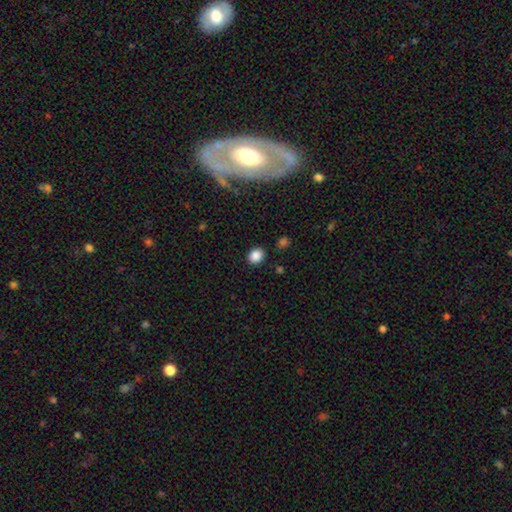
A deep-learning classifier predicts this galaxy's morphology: Smooth or featured? smooth (85%)
How rounded? round (65%)
Merging? none (87%)